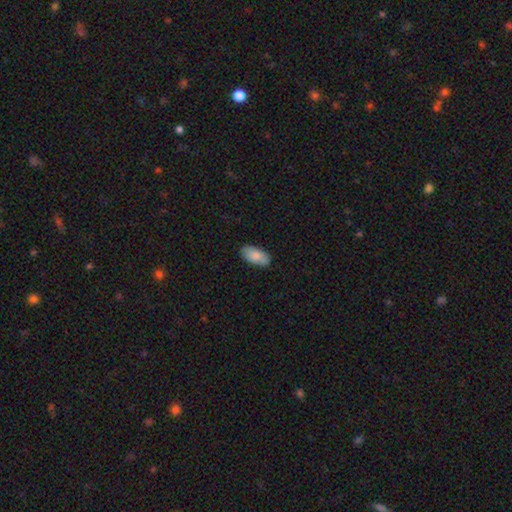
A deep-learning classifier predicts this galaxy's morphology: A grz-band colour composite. It shows a smooth galaxy with no disk features (84%) that is in between round and cigar-shaped (94%). Merging: none (75%).